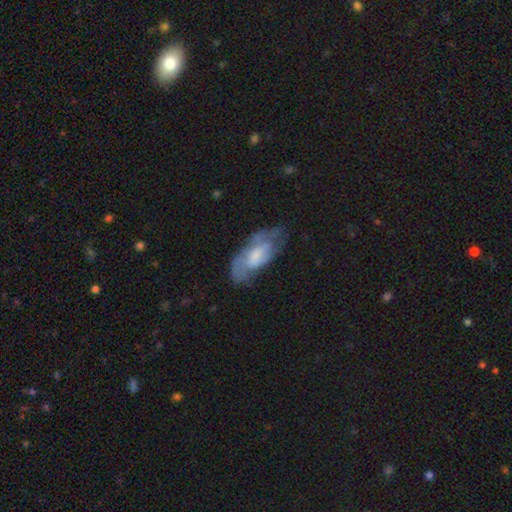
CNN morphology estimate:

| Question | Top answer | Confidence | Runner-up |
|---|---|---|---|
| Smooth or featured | featured or disk | 56% | smooth (38%) |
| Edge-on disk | no | 89% | yes (11%) |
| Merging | none | 54% | minor disturbance (28%) |